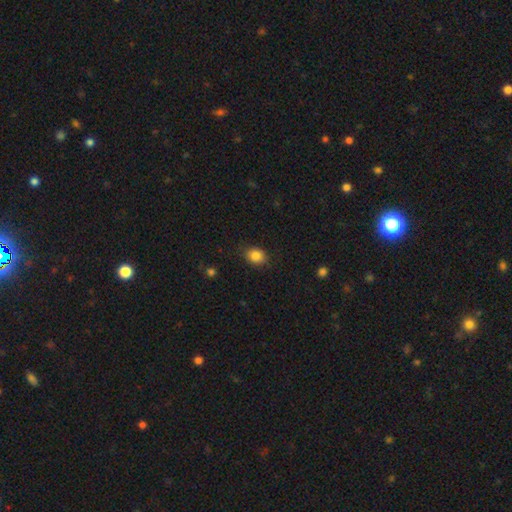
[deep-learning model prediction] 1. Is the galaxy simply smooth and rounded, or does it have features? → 86% smooth, 9% star or artifact, 5% featured or disk.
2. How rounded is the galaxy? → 51% in between, 49% round, 1% cigar-shaped.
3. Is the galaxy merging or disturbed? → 83% none, 13% minor disturbance, 3% major disturbance, 1% merger.